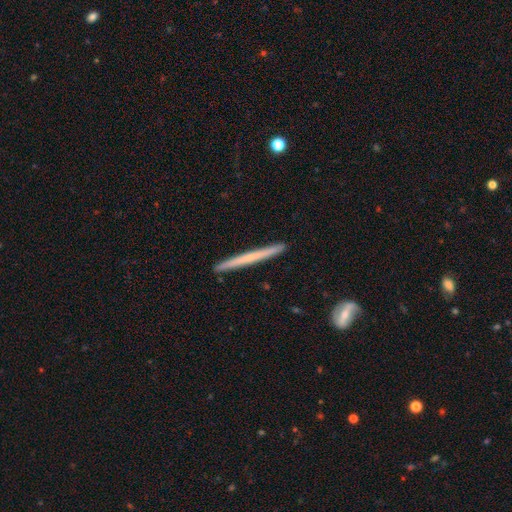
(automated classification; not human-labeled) Morphology: type=featured or disk (50%); merging=none (92%).